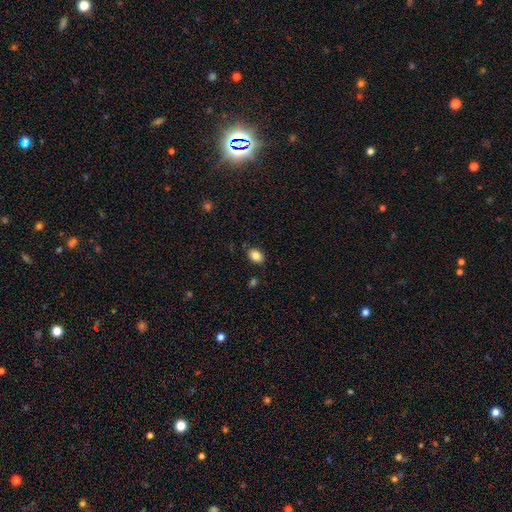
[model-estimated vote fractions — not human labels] smooth-or-featured: smooth: 86% | star or artifact: 9% | featured or disk: 6%
  how-rounded: in between: 83% | round: 16% | cigar-shaped: 1%
  merging: none: 84% | minor disturbance: 11% | major disturbance: 3% | merger: 2%